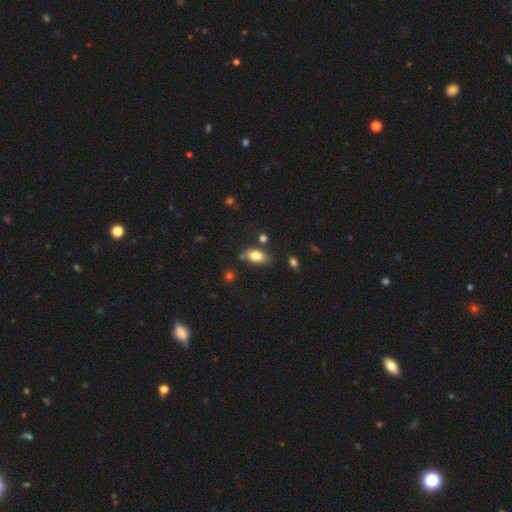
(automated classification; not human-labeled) Overall: smooth (79%). How rounded: in between (89%). Merging: none (71%).